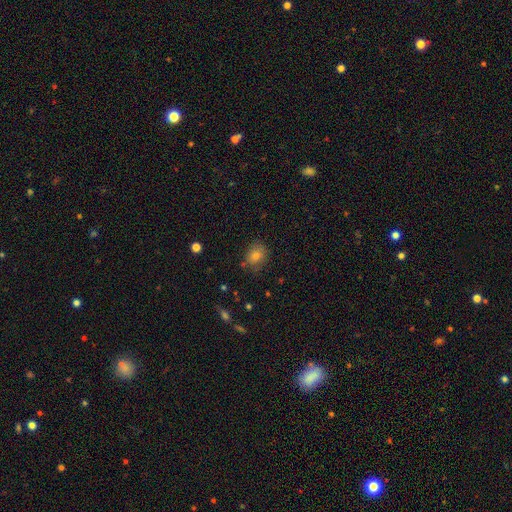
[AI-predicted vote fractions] smooth 77%, star or artifact 12%, featured or disk 11%. Down the decision tree: how rounded — in between (51%); merging — none (76%).